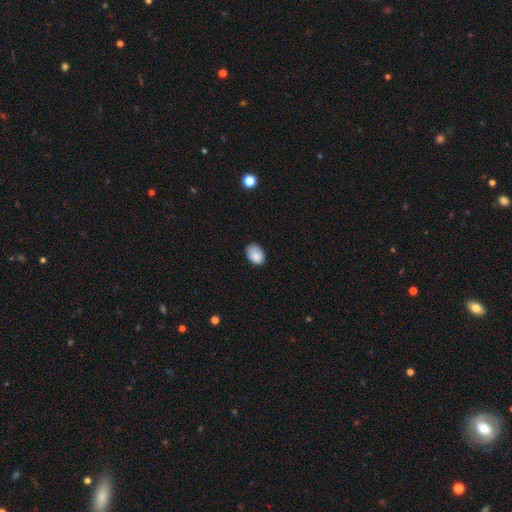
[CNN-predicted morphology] Smooth or featured? Predicted: smooth (p=0.87). How rounded? Predicted: in between (p=0.81). Merging? Predicted: none (p=0.76).